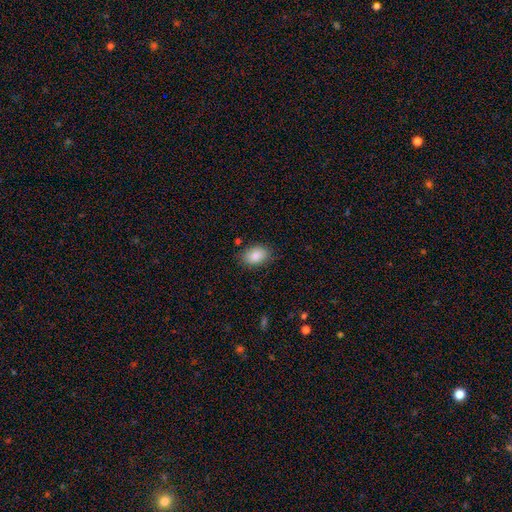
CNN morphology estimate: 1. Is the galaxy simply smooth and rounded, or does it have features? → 87% smooth, 7% star or artifact, 6% featured or disk.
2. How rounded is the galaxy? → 84% in between, 15% round, 1% cigar-shaped.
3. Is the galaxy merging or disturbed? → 83% none, 13% minor disturbance, 3% major disturbance, 2% merger.